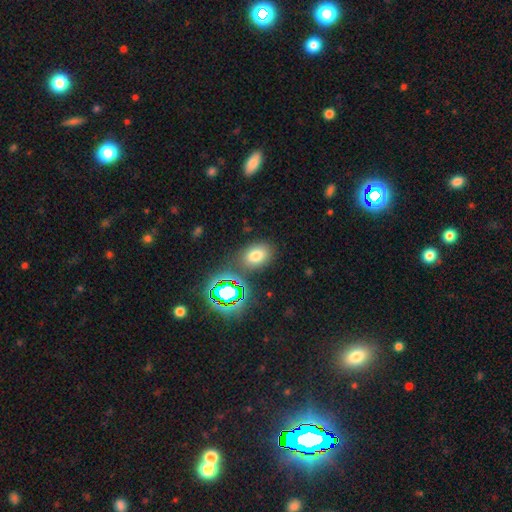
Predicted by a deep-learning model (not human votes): This is likely a smooth galaxy (70%). How rounded: likely in between (74%). Merging: likely none (79%).